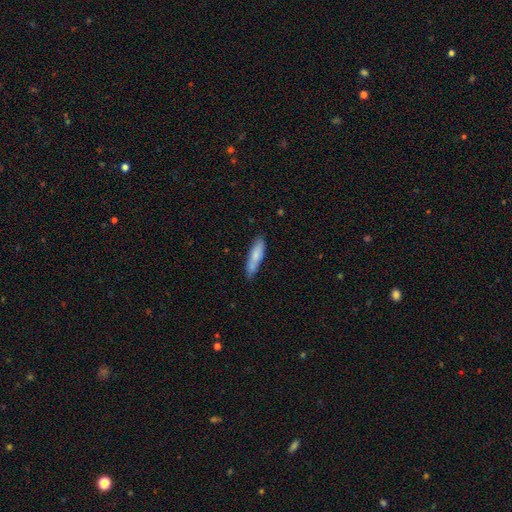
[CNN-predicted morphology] Smooth or featured?
  - smooth: 79% *
  - featured or disk: 16%
  - star or artifact: 6%
How rounded?
  - cigar-shaped: 74% *
  - in between: 24%
  - round: 1%
Merging?
  - none: 77% *
  - minor disturbance: 18%
  - major disturbance: 3%
  - merger: 2%